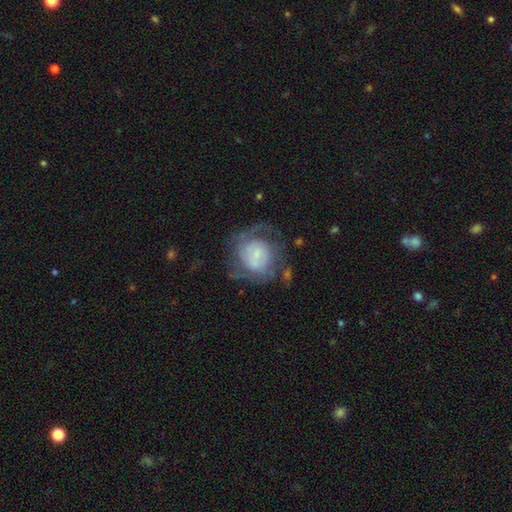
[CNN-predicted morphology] This appears to be a featured or disk galaxy (67%) with no bar (52%), 2 (39%) tight (44%) spiral arms (83%) and a small central bulge (57%). Merging: none (53%).